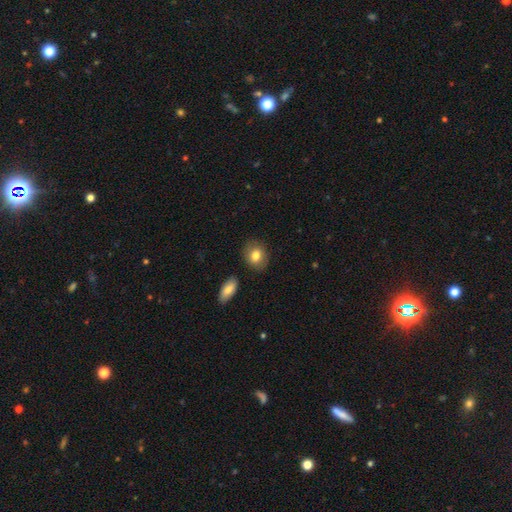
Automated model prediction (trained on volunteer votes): The model was most divided on "how rounded": round: 55%, in between: 43%, cigar-shaped: 1%. More confident: merging — none (85%); smooth or featured — smooth (81%).